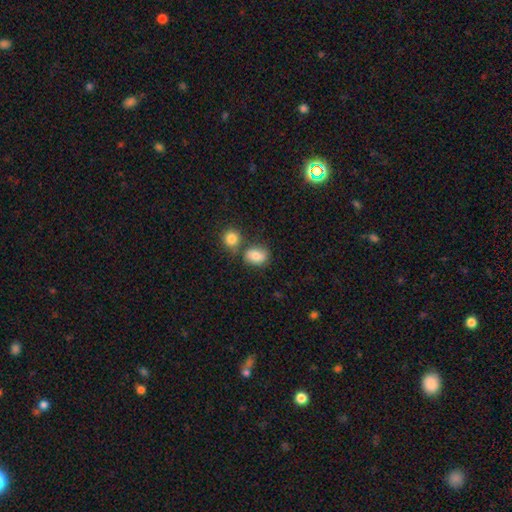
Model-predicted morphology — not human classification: smooth_or_featured: smooth (p=0.81) [alt: featured or disk p=0.10]
how_rounded: in between (p=0.58) [alt: round p=0.41]
merging: none (p=0.57) [alt: merger p=0.24]